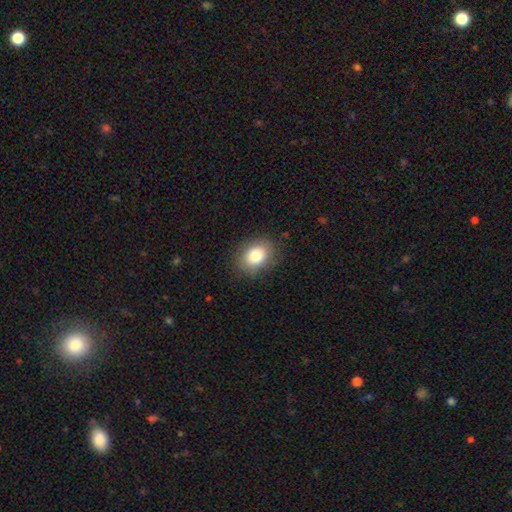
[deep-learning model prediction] smooth 81%, featured or disk 10%, star or artifact 9%. Down the decision tree: how rounded — in between (59%); merging — none (85%).